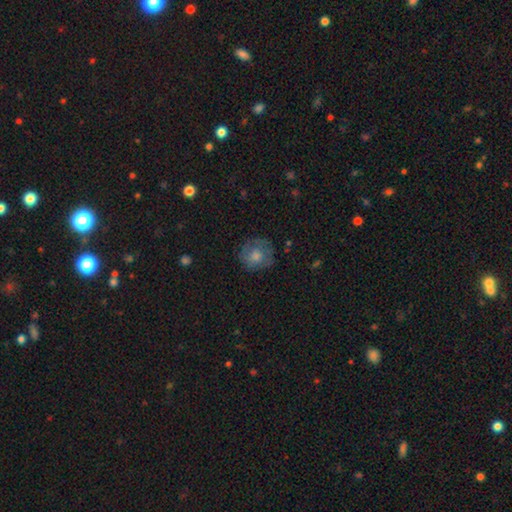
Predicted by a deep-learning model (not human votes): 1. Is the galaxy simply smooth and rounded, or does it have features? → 63% smooth, 28% featured or disk, 9% star or artifact.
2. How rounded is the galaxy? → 86% round, 13% in between, 1% cigar-shaped.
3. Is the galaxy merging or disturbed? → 71% none, 19% minor disturbance, 8% major disturbance, 1% merger.